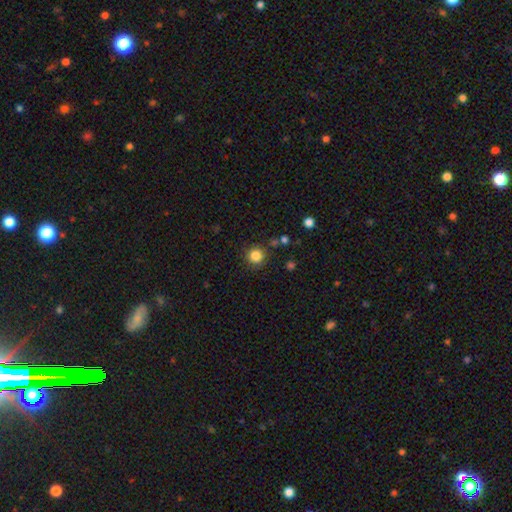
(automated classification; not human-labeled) Overall: smooth (84%). How rounded: round (94%). Merging: none (87%).